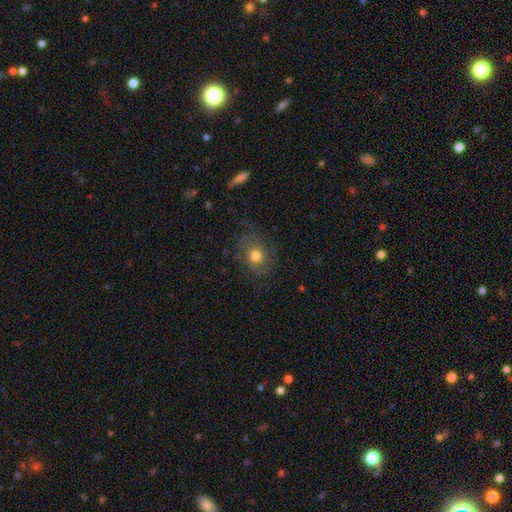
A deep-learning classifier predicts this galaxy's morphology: Smooth or featured: smooth — 66% (featured or disk — 23%)
How rounded: round — 49% (tied with in between — 49%)
Merging: none — 70% (minor disturbance — 19%)